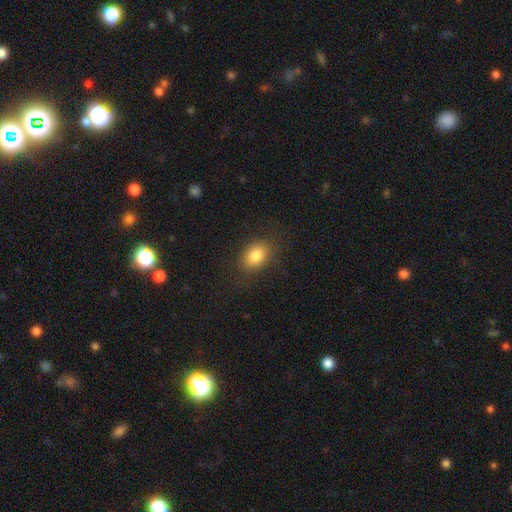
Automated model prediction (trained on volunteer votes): Smooth or featured?
  - smooth: 82% *
  - star or artifact: 9%
  - featured or disk: 8%
How rounded?
  - in between: 75% *
  - round: 24%
  - cigar-shaped: 1%
Merging?
  - none: 82% *
  - minor disturbance: 12%
  - major disturbance: 5%
  - merger: 1%